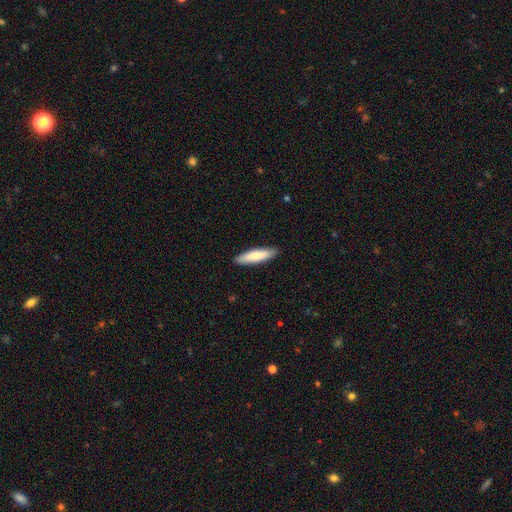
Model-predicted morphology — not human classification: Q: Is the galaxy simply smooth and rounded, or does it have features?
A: smooth — 79%.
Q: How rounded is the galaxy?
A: cigar-shaped — 75%.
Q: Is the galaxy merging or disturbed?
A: none — 90%.